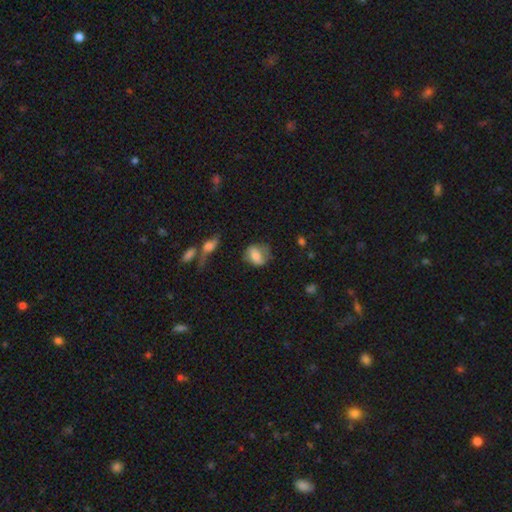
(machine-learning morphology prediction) This appears to be a smooth galaxy with no disk features (68%) that is in between round and cigar-shaped (60%). Merging: none (54%).